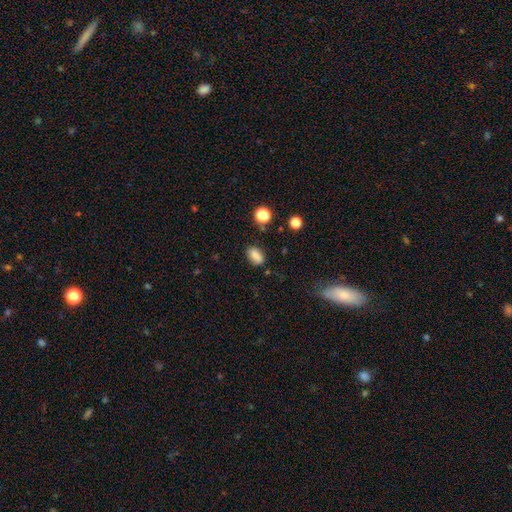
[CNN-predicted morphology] Overall: smooth (82%). How rounded: in between (83%). Merging: none (77%).